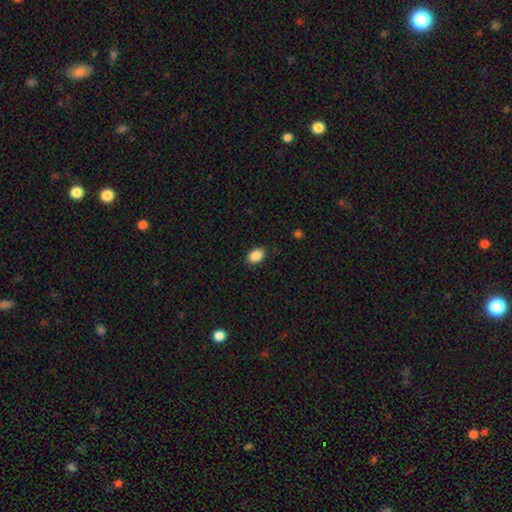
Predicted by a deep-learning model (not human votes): Smooth or featured?
  - smooth: 88% *
  - star or artifact: 8%
  - featured or disk: 4%
How rounded?
  - in between: 82% *
  - round: 17%
  - cigar-shaped: 1%
Merging?
  - none: 89% *
  - minor disturbance: 8%
  - major disturbance: 2%
  - merger: 1%